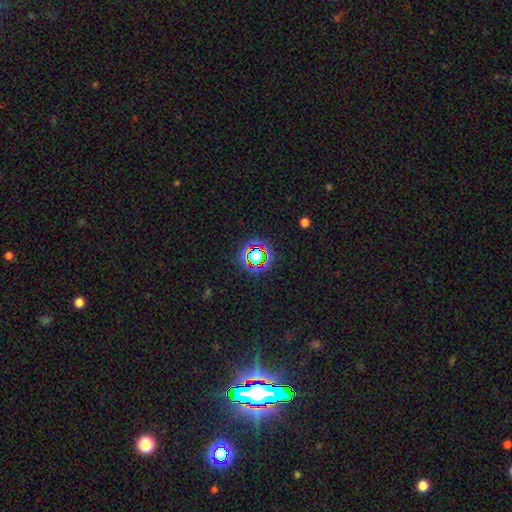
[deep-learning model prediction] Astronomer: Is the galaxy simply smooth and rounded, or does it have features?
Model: star or artifact — 64%.